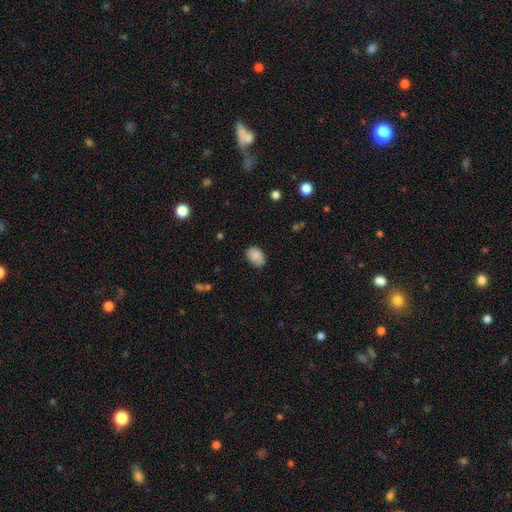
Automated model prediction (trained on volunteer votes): A smooth galaxy with no disk features (86%) that is in between round and cigar-shaped (73%). Merging: none (74%).